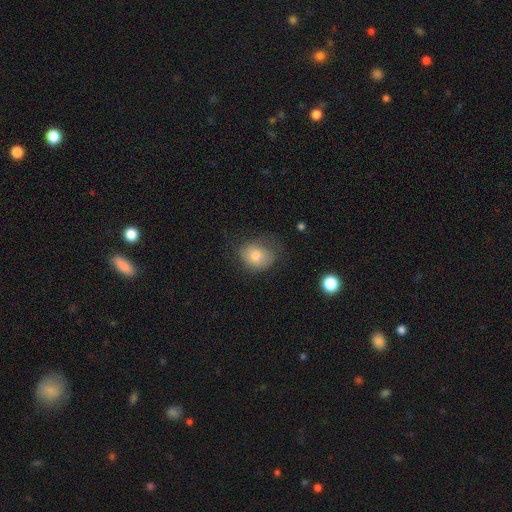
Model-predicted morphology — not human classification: smooth_or_featured: smooth (p=0.69) [alt: featured or disk p=0.21]
how_rounded: round (p=0.54) [alt: in between p=0.45]
merging: none (p=0.55) [alt: minor disturbance p=0.29]